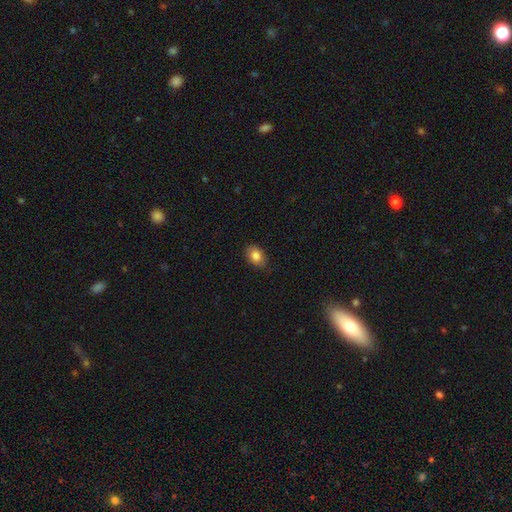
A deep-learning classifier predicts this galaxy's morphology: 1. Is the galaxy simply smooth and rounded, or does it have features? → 84% smooth, 8% star or artifact, 8% featured or disk.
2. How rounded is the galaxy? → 77% in between, 21% round, 1% cigar-shaped.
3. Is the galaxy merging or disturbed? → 83% none, 14% minor disturbance, 3% major disturbance, 1% merger.